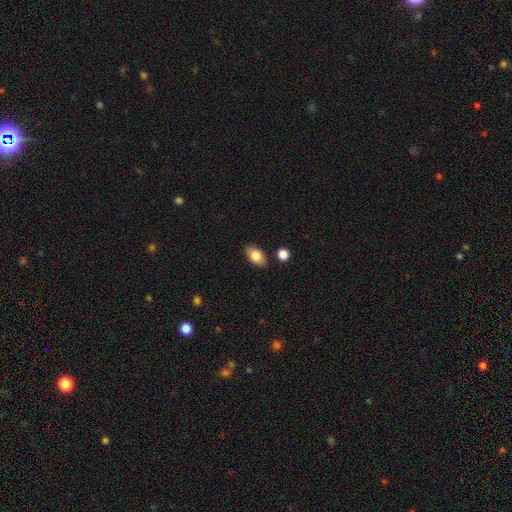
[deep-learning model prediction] smooth-or-featured: smooth: 83% | featured or disk: 10% | star or artifact: 7%
  how-rounded: in between: 90% | round: 8% | cigar-shaped: 2%
  merging: none: 84% | minor disturbance: 10% | merger: 4% | major disturbance: 2%